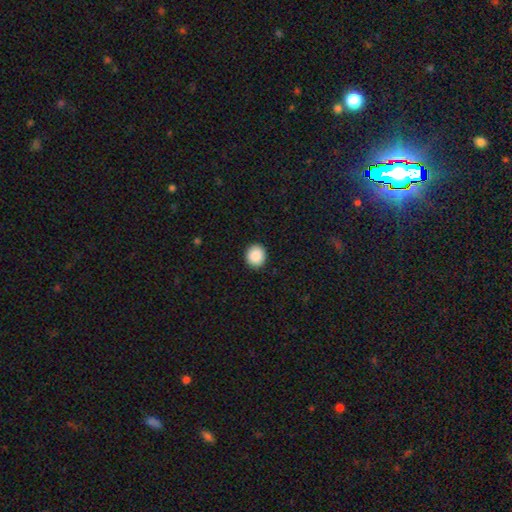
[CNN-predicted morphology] A smooth galaxy with no disk features (90%) that is round (85%). Merging: none (91%).